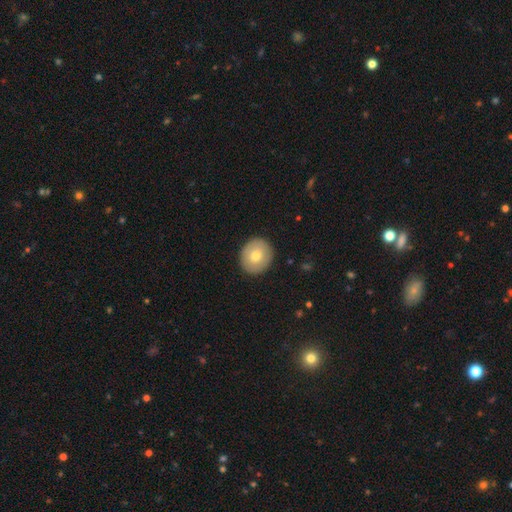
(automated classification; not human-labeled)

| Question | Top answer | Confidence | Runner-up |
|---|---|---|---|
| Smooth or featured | smooth | 71% | featured or disk (23%) |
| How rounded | round | 82% | in between (17%) |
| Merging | none | 90% | minor disturbance (7%) |